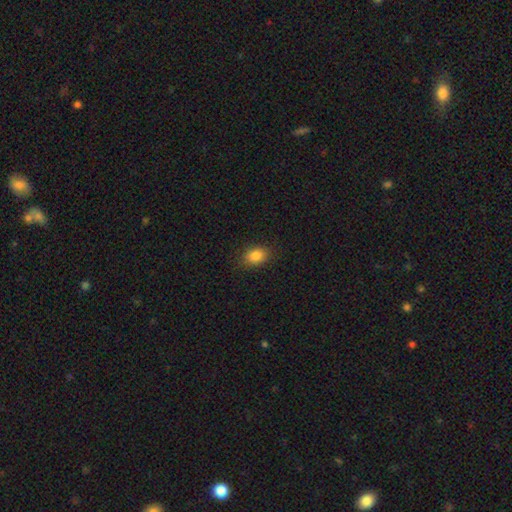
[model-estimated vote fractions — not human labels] Smooth or featured? smooth (85%)
How rounded? in between (78%)
Merging? none (87%)